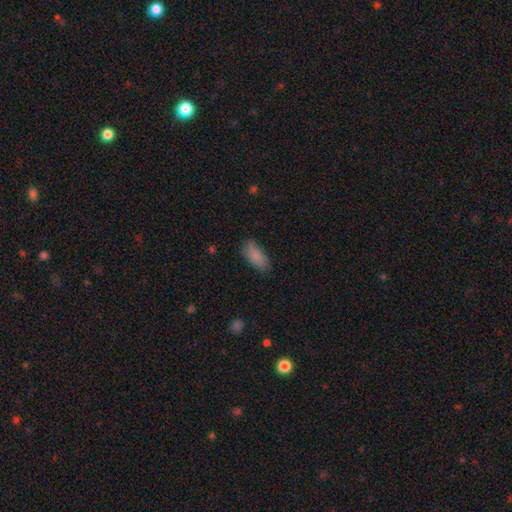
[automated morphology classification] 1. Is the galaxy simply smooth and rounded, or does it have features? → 86% smooth, 7% featured or disk, 7% star or artifact.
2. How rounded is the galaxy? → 87% in between, 11% cigar-shaped, 2% round.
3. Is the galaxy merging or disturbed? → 79% none, 16% minor disturbance, 4% major disturbance, 1% merger.